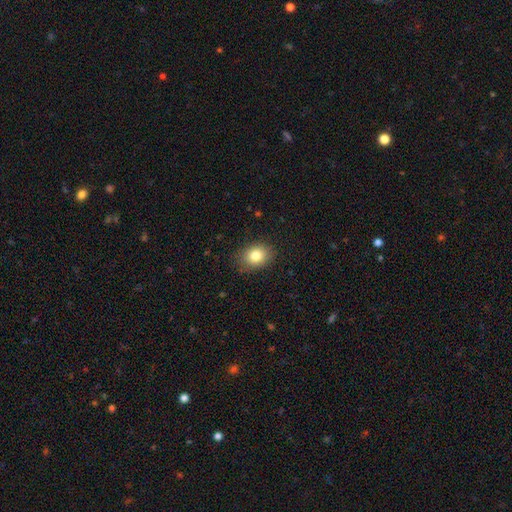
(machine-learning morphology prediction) smooth-or-featured: smooth: 82% | star or artifact: 10% | featured or disk: 8%
  how-rounded: in between: 58% | round: 41% | cigar-shaped: 1%
  merging: none: 85% | minor disturbance: 11% | major disturbance: 3% | merger: 1%